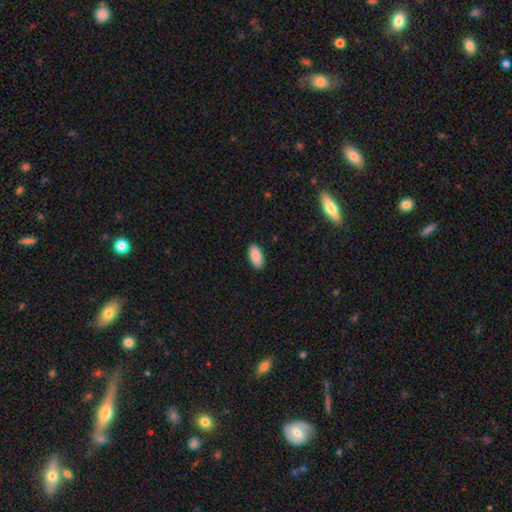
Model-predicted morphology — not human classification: A smooth galaxy with no disk features (88%) that is in between round and cigar-shaped (93%).

Vote fractions:
- Smooth or featured? smooth: 88% / star or artifact: 6% / featured or disk: 6%
- How rounded? in between: 93% / cigar-shaped: 5% / round: 2%
- Merging? none: 90% / minor disturbance: 8% / major disturbance: 2% / merger: 1%